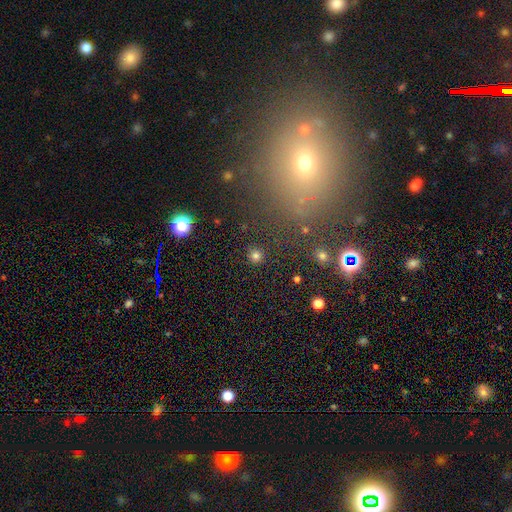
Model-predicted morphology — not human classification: Overall: smooth (78%). How rounded: round (93%). Merging: none (90%).